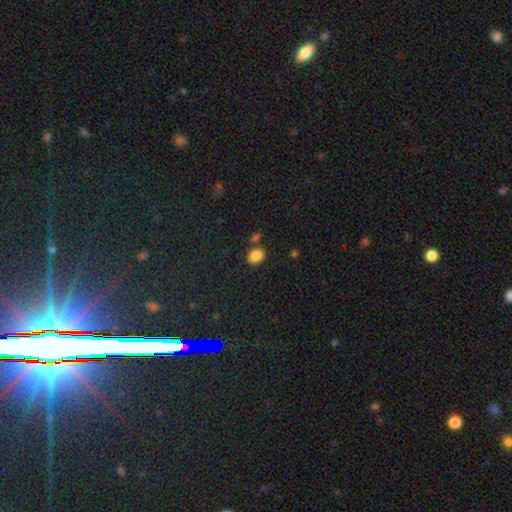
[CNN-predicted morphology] Q: Smooth or featured?
A: smooth (86%); runner-up: star or artifact (10%)
Q: How rounded?
A: in between (58%); runner-up: round (41%)
Q: Merging?
A: none (76%); runner-up: minor disturbance (12%)